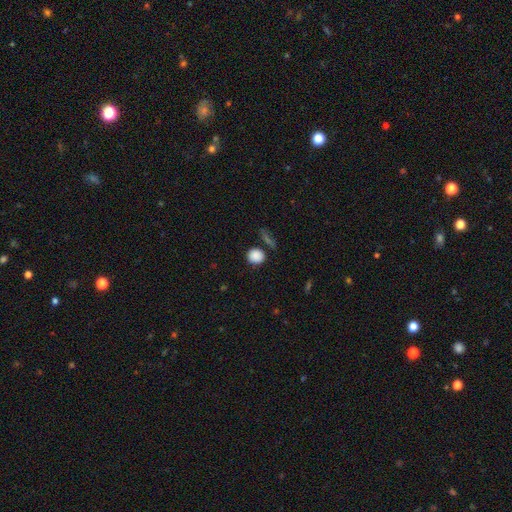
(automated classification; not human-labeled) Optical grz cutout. It shows a smooth galaxy with no disk features (87%) that is round (83%). Merging: none (78%).